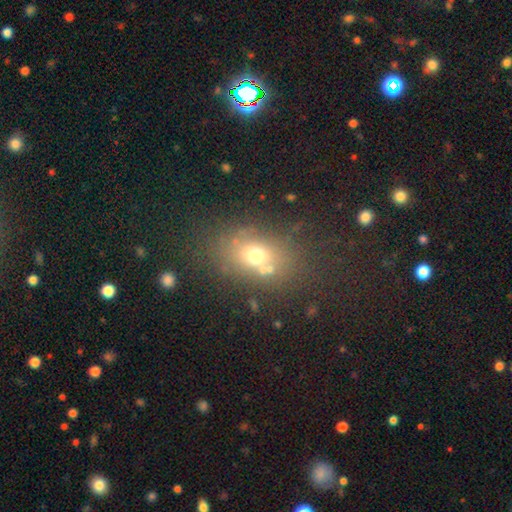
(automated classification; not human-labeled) smooth_or_featured: smooth (p=0.64) [alt: featured or disk p=0.18]
how_rounded: in between (p=0.61) [alt: round p=0.37]
merging: none (p=0.67) [alt: minor disturbance p=0.14]